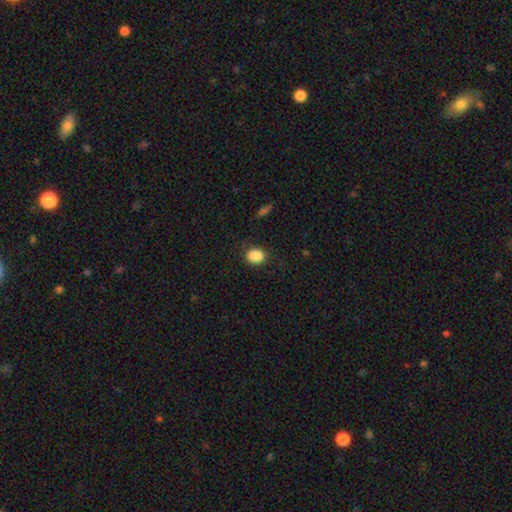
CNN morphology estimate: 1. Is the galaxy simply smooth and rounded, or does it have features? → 87% smooth, 9% star or artifact, 4% featured or disk.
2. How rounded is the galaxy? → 65% in between, 34% round, 1% cigar-shaped.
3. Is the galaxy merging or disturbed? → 77% none, 17% minor disturbance, 5% major disturbance, 2% merger.